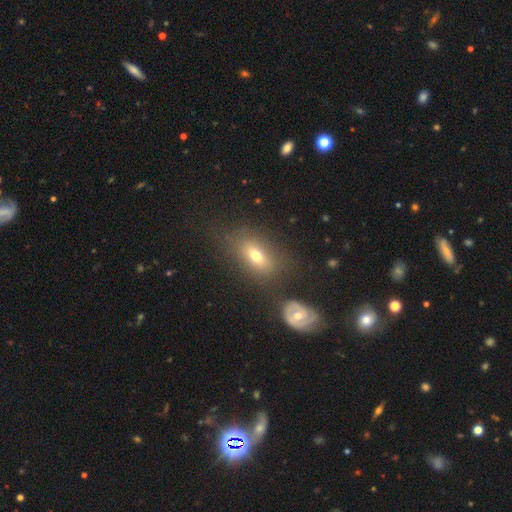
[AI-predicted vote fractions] Q: Smooth or featured?
A: smooth (65%); runner-up: featured or disk (23%)
Q: How rounded?
A: in between (79%); runner-up: round (15%)
Q: Merging?
A: none (71%); runner-up: minor disturbance (14%)